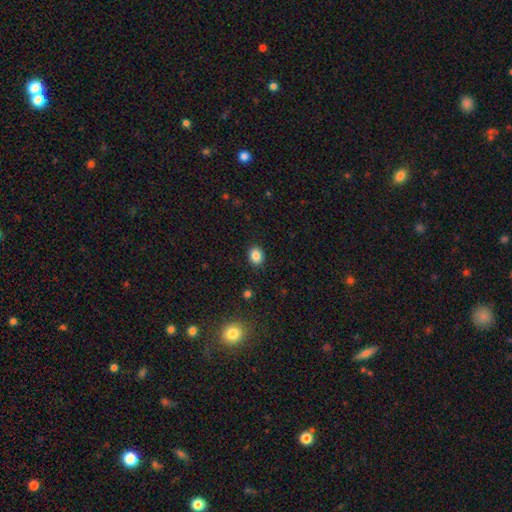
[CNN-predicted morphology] type=smooth (85%); roundness=in between (50%); merging=none (90%).